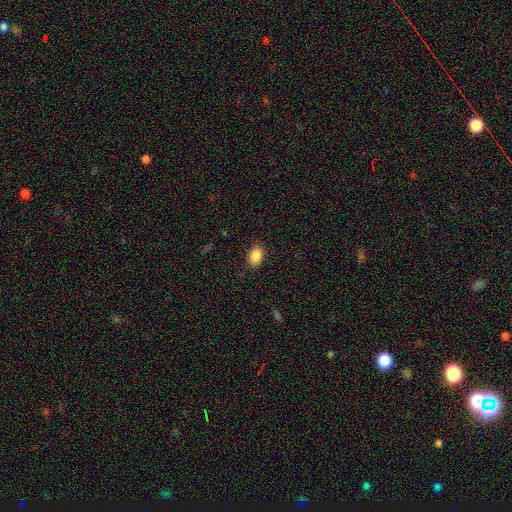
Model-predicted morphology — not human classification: A smooth galaxy with no disk features (87%) that is in between round and cigar-shaped (83%).

Vote fractions:
- Smooth or featured? smooth: 87% / star or artifact: 8% / featured or disk: 4%
- How rounded? in between: 83% / round: 15% / cigar-shaped: 1%
- Merging? none: 87% / minor disturbance: 9% / major disturbance: 3% / merger: 1%